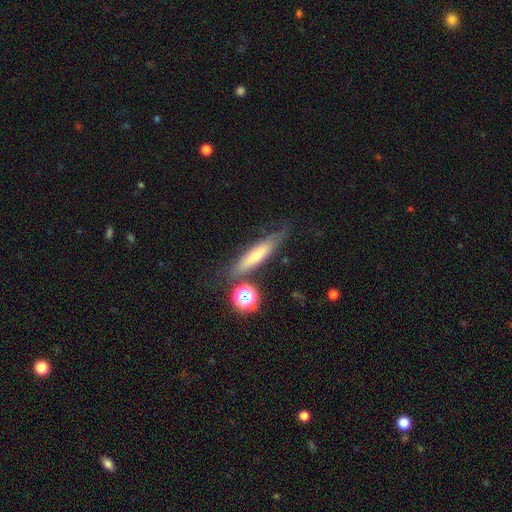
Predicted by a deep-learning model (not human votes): Smooth or featured? smooth (53%)
How rounded? cigar-shaped (79%)
Merging? none (67%)